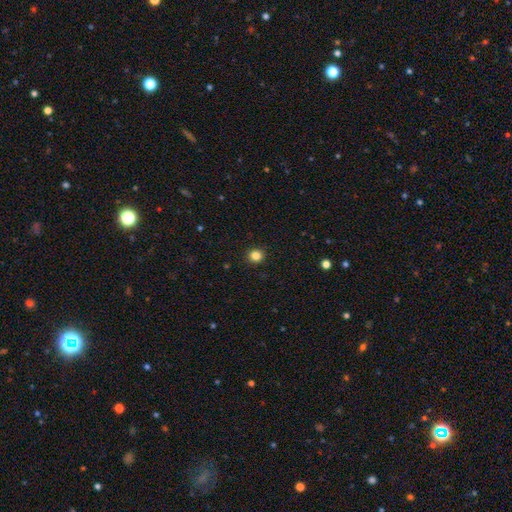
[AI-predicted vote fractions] A smooth galaxy with no disk features (85%) that is round (89%).

Vote fractions:
- Smooth or featured? smooth: 85% / star or artifact: 12% / featured or disk: 4%
- How rounded? round: 89% / in between: 11% / cigar-shaped: 1%
- Merging? none: 92% / minor disturbance: 5% / major disturbance: 2% / merger: 1%